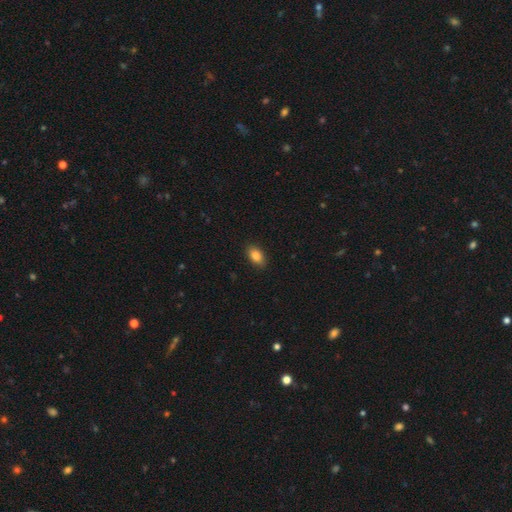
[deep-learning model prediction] smooth-or-featured: smooth: 86% | star or artifact: 8% | featured or disk: 6%
  how-rounded: in between: 87% | round: 10% | cigar-shaped: 2%
  merging: none: 87% | minor disturbance: 9% | major disturbance: 2% | merger: 1%